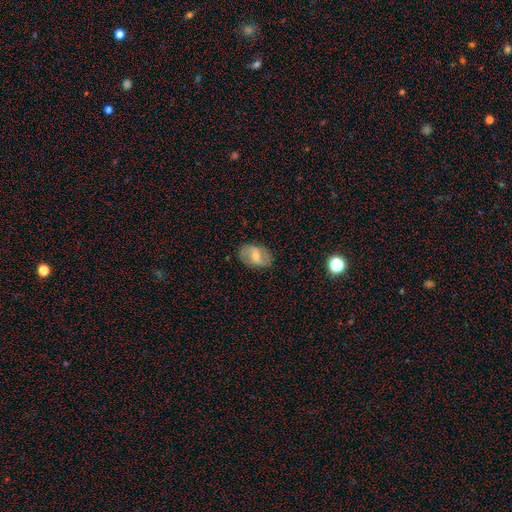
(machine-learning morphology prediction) The model was most divided on "smooth or featured": featured or disk: 50%, smooth: 43%, star or artifact: 7%. More confident: edge-on disk — no (94%); merging — none (82%).